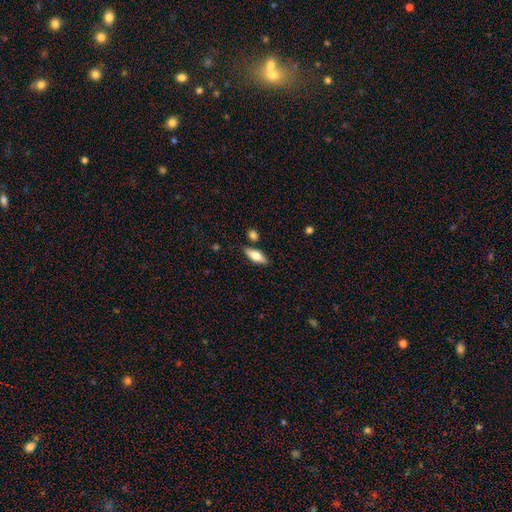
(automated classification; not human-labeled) Overall: smooth (58%; featured or disk 36%). How rounded: in between (70%). Merging: none (83%).